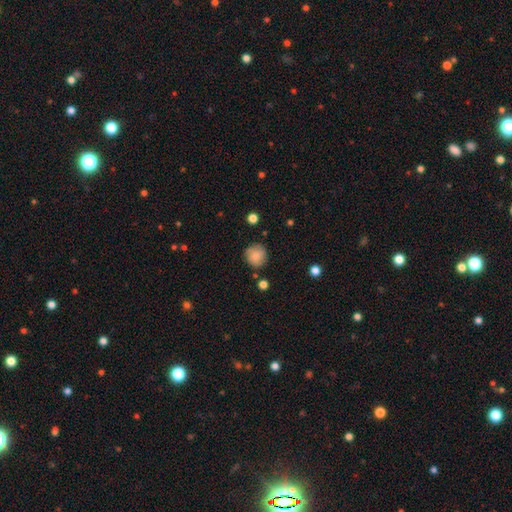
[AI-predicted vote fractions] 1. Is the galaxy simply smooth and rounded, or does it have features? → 81% smooth, 11% featured or disk, 8% star or artifact.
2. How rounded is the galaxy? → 90% round, 9% in between, 1% cigar-shaped.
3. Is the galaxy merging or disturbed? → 79% none, 15% minor disturbance, 3% major disturbance, 3% merger.